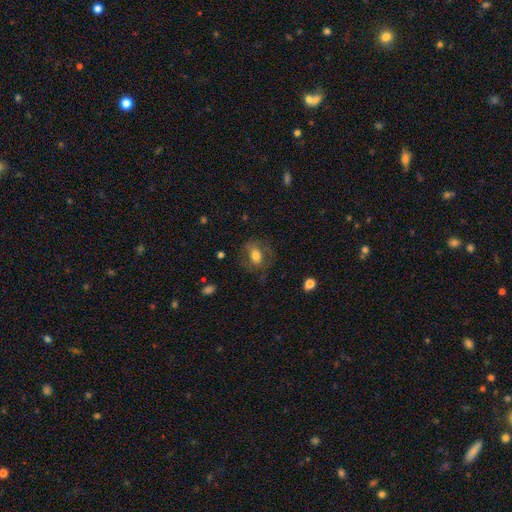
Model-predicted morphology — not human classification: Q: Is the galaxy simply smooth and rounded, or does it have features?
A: smooth — 58%.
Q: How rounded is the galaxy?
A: in between — 57%.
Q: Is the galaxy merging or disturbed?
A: none — 63%.